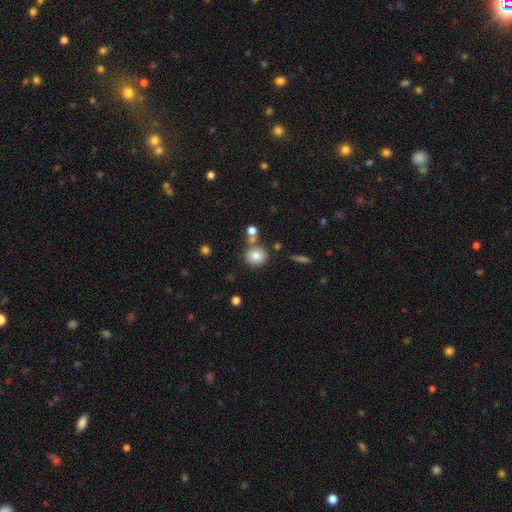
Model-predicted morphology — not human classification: This is clearly a smooth galaxy (81%). How rounded: clearly round (81%). Merging: likely none (64%).